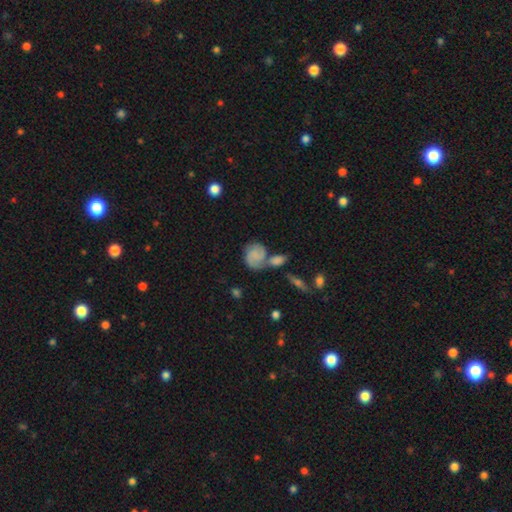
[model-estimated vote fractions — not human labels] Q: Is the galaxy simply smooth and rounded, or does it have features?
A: featured or disk — 51%.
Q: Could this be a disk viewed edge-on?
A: no — 97%.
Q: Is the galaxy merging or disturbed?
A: none — 41%.